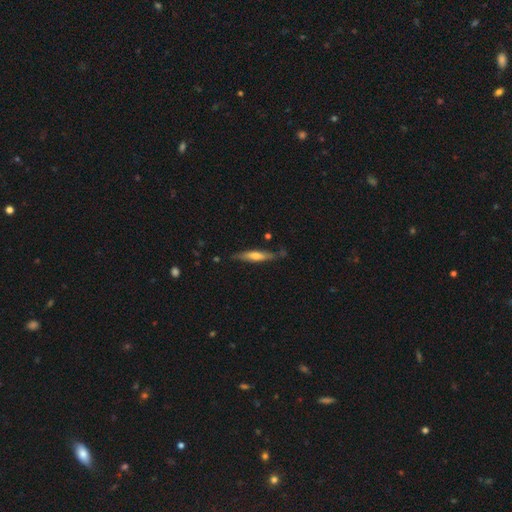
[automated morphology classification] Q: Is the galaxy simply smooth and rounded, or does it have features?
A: smooth — 49%.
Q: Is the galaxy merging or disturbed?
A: none — 73%.